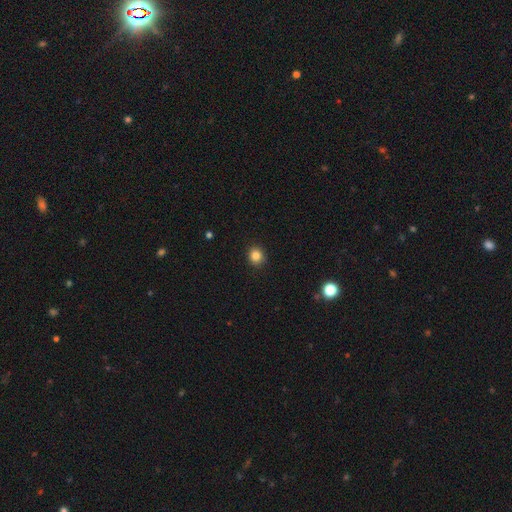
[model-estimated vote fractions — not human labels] Smooth or featured?
  - smooth: 84% *
  - star or artifact: 11%
  - featured or disk: 5%
How rounded?
  - round: 88% *
  - in between: 11%
  - cigar-shaped: 1%
Merging?
  - none: 91% *
  - minor disturbance: 6%
  - major disturbance: 2%
  - merger: 1%